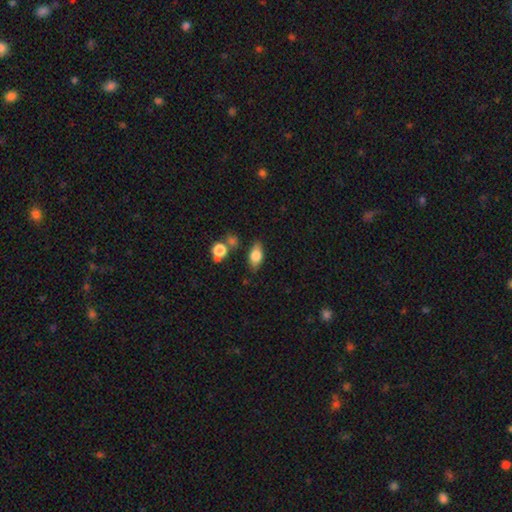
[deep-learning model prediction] smooth-or-featured: smooth: 76% | featured or disk: 16% | star or artifact: 8%
  how-rounded: in between: 85% | round: 8% | cigar-shaped: 7%
  merging: none: 77% | minor disturbance: 13% | merger: 6% | major disturbance: 3%